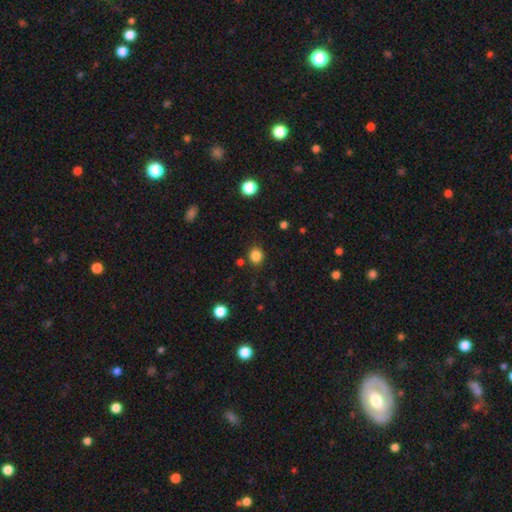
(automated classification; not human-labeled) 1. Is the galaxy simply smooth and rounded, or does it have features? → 84% smooth, 12% star or artifact, 4% featured or disk.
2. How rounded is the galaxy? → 83% round, 16% in between, 1% cigar-shaped.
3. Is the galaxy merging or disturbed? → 86% none, 8% minor disturbance, 4% merger, 3% major disturbance.